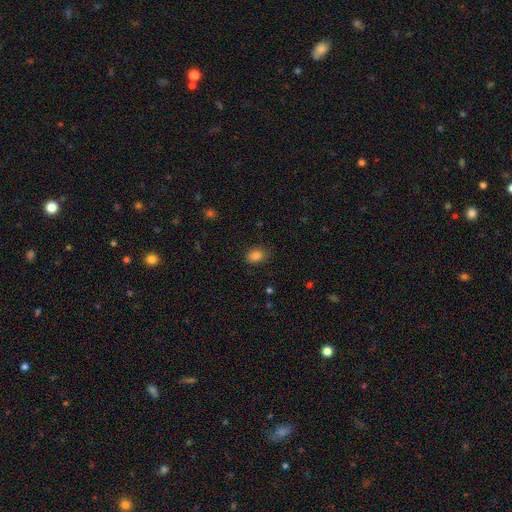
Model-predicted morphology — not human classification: smooth_or_featured: smooth (p=0.84) [alt: star or artifact p=0.11]
how_rounded: in between (p=0.75) [alt: round p=0.24]
merging: none (p=0.81) [alt: minor disturbance p=0.15]